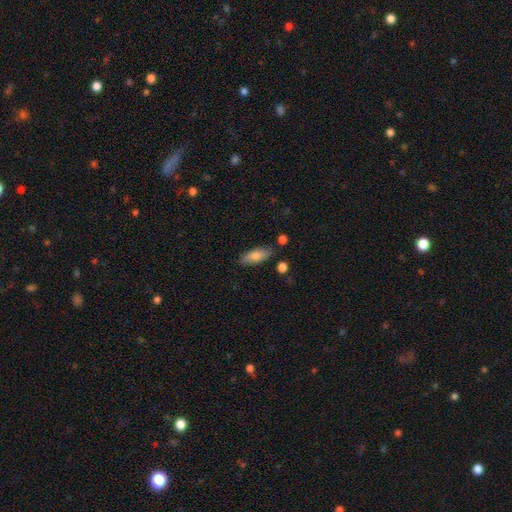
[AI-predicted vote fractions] Smooth or featured: smooth — 80% (featured or disk — 13%)
How rounded: in between — 72% (cigar-shaped — 26%)
Merging: none — 81% (minor disturbance — 13%)